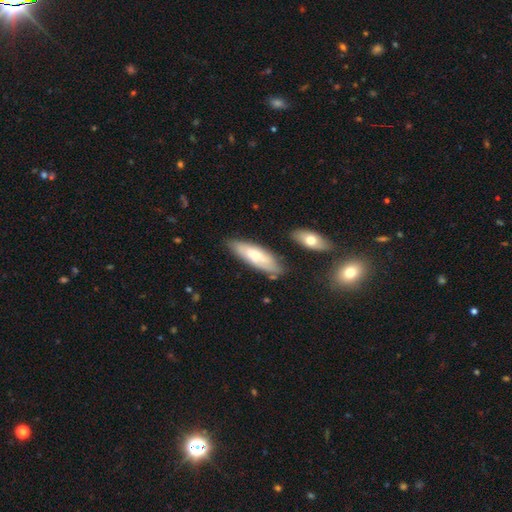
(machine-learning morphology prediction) Smooth or featured?
  - smooth: 56% *
  - featured or disk: 38%
  - star or artifact: 6%
How rounded?
  - in between: 53% *
  - cigar-shaped: 46%
  - round: 2%
Merging?
  - none: 76% *
  - minor disturbance: 16%
  - merger: 5%
  - major disturbance: 3%